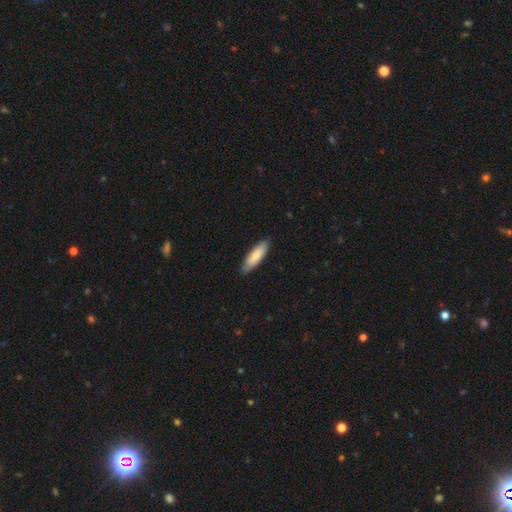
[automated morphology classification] Q: Smooth or featured?
A: smooth (83%); runner-up: featured or disk (12%)
Q: How rounded?
A: cigar-shaped (52%); runner-up: in between (46%)
Q: Merging?
A: none (87%); runner-up: minor disturbance (10%)